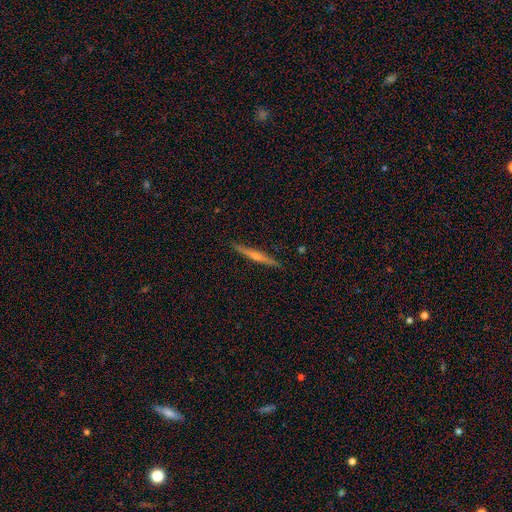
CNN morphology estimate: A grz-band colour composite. It shows a featured or disk galaxy (70%) viewed edge-on (98%) with a rounded central bulge (77%). Merging: none (91%).